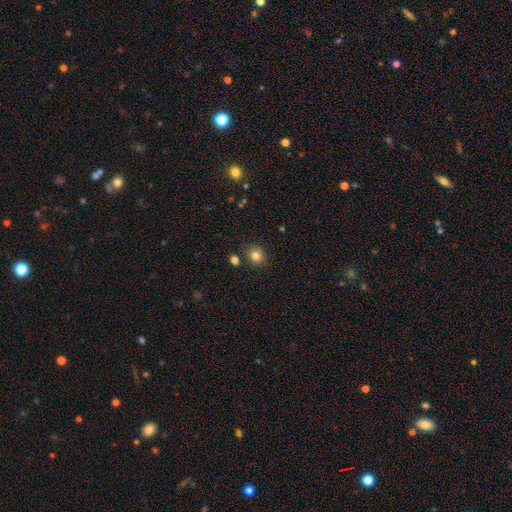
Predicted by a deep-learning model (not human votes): A smooth galaxy with no disk features (82%) that is round (82%). Merging: none (83%).